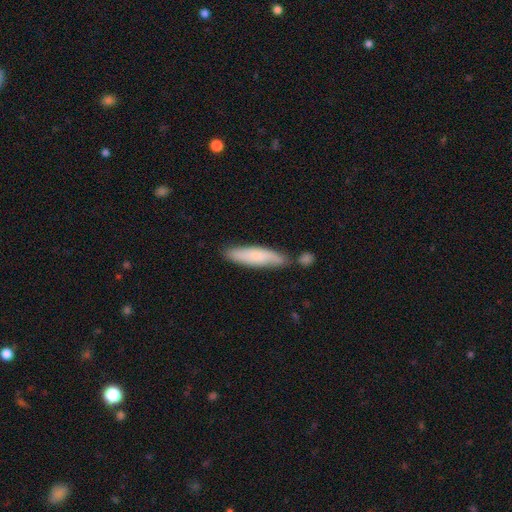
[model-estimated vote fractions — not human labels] Smooth or featured: smooth — 74% (featured or disk — 20%)
How rounded: cigar-shaped — 76% (in between — 23%)
Merging: none — 66% (minor disturbance — 18%)